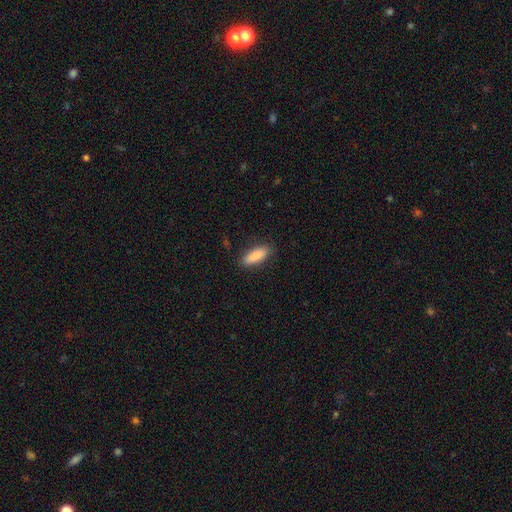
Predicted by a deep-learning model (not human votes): This is clearly a smooth galaxy (88%). How rounded: possibly in between (54%). Merging: clearly none (86%).